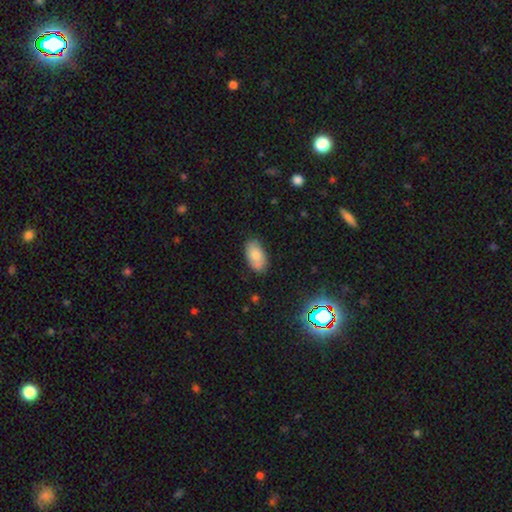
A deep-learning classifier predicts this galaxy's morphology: Overall: smooth (79%). How rounded: in between (94%). Merging: none (78%).